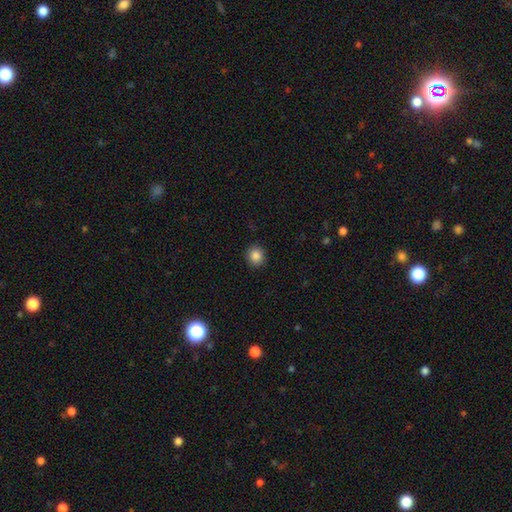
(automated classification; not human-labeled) Morphology: type=smooth (86%); roundness=round (87%); merging=none (91%).